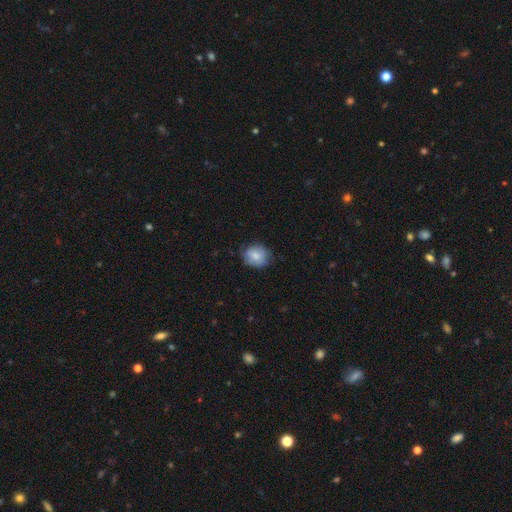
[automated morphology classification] A smooth galaxy with no disk features (78%) that is round (60%).

Vote fractions:
- Smooth or featured? smooth: 78% / featured or disk: 14% / star or artifact: 8%
- How rounded? round: 60% / in between: 39% / cigar-shaped: 1%
- Merging? none: 72% / minor disturbance: 22% / major disturbance: 5% / merger: 1%